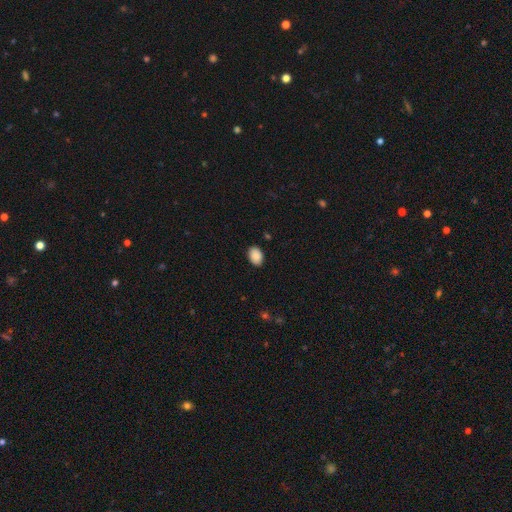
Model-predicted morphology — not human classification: Smooth or featured? smooth (89%)
How rounded? in between (80%)
Merging? none (88%)